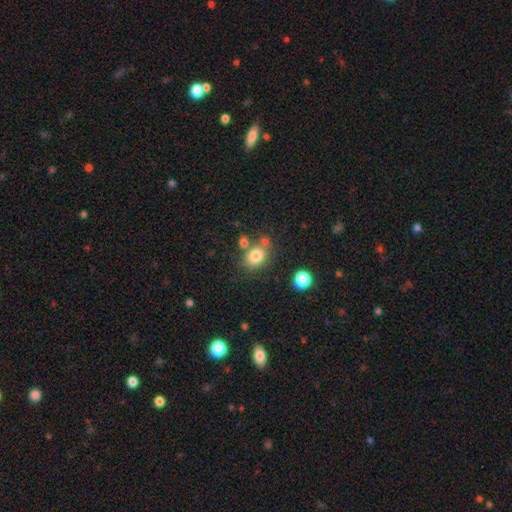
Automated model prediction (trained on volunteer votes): Morphology: type=smooth (79%); roundness=in between (54%); merging=none (66%).